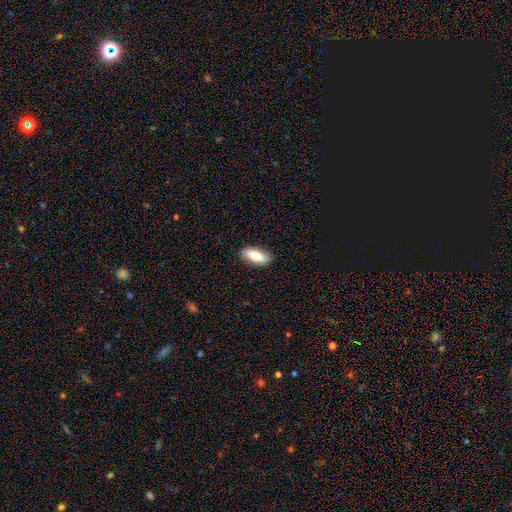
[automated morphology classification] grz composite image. It shows a smooth galaxy with no disk features (77%) that is in between round and cigar-shaped (85%). Merging: none (86%).